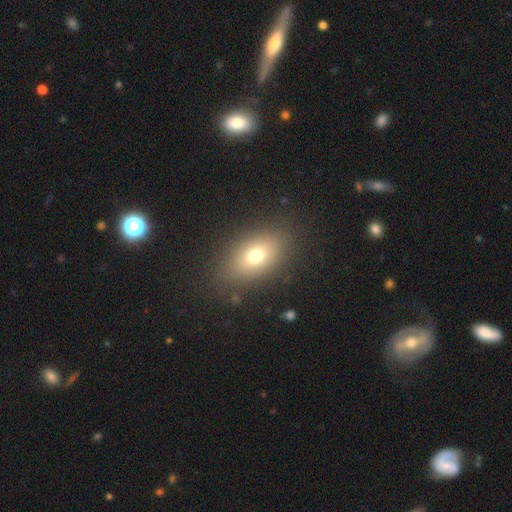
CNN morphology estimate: Smooth or featured? smooth (71%)
How rounded? in between (82%)
Merging? none (85%)